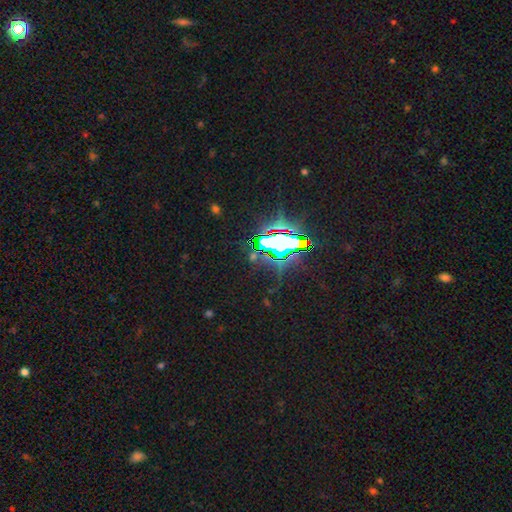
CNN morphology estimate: This appears to be a star or artifact, not a galaxy (78%).